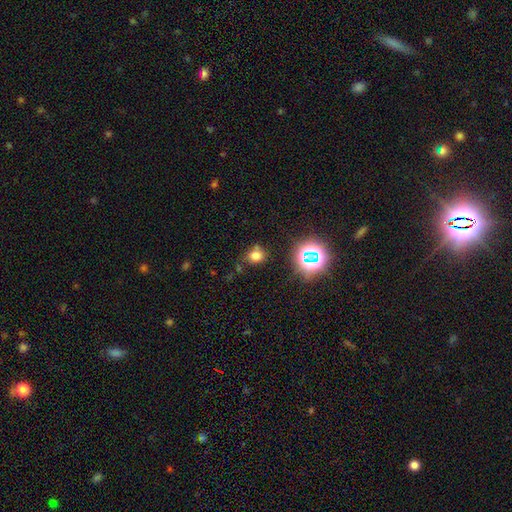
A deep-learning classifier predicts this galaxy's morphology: This is likely a smooth galaxy (68%). How rounded: likely round (62%). Merging: likely none (65%).